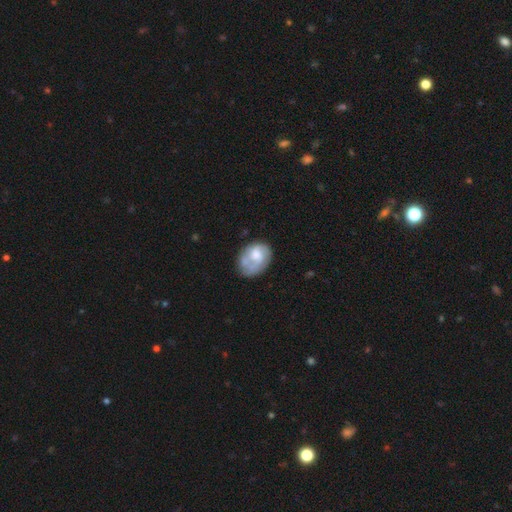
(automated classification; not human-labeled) Smooth or featured?
  - featured or disk: 51% *
  - smooth: 43%
  - star or artifact: 6%
Edge-on disk?
  - no: 97% *
  - yes: 3%
Merging?
  - none: 52% *
  - minor disturbance: 27%
  - major disturbance: 14%
  - merger: 6%